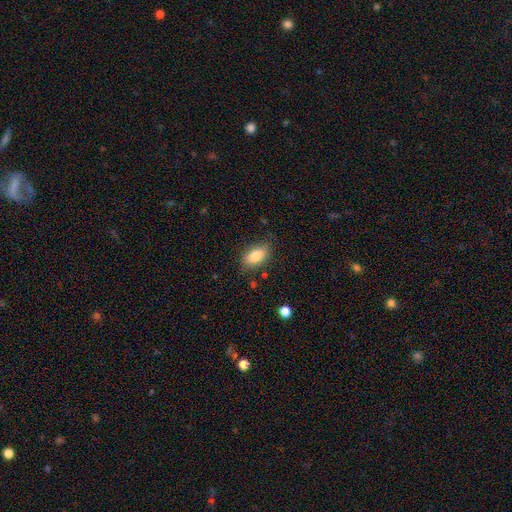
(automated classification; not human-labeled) smooth_or_featured: smooth (p=0.81) [alt: featured or disk p=0.11]
how_rounded: in between (p=0.89) [alt: round p=0.06]
merging: none (p=0.78) [alt: minor disturbance p=0.16]